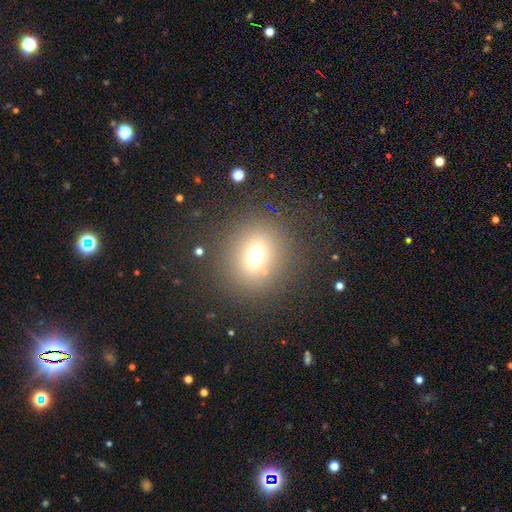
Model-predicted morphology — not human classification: Smooth or featured? Predicted: smooth (p=0.66). How rounded? Predicted: round (p=0.78). Merging? Predicted: none (p=0.83).